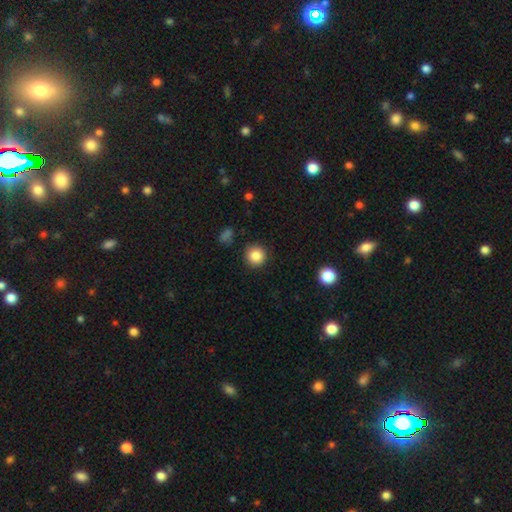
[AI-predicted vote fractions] Overall: smooth (85%). How rounded: round (94%). Merging: none (89%).